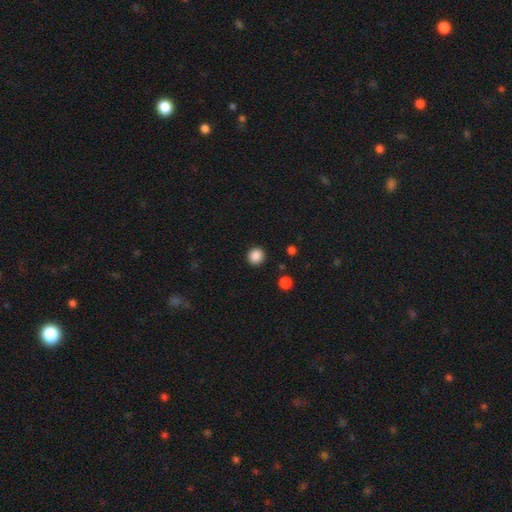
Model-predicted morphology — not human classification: This appears to be a smooth galaxy with no disk features (87%) that is round (93%). Merging: none (92%).